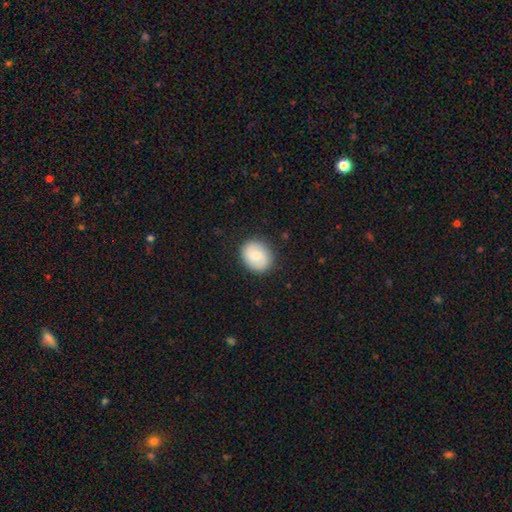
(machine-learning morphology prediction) A smooth galaxy with no disk features (65%) that is round (61%).

Vote fractions:
- Smooth or featured? smooth: 65% / featured or disk: 28% / star or artifact: 7%
- How rounded? round: 61% / in between: 38% / cigar-shaped: 1%
- Merging? none: 87% / minor disturbance: 10% / major disturbance: 3% / merger: 1%